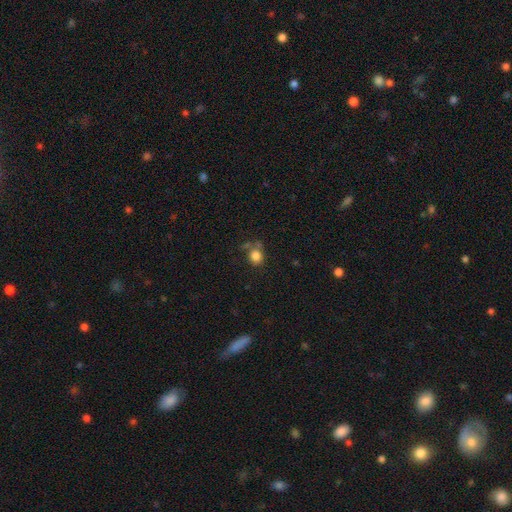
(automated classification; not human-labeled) Smooth or featured: smooth — 82% (star or artifact — 11%)
How rounded: round — 67% (in between — 32%)
Merging: none — 54% (minor disturbance — 21%)